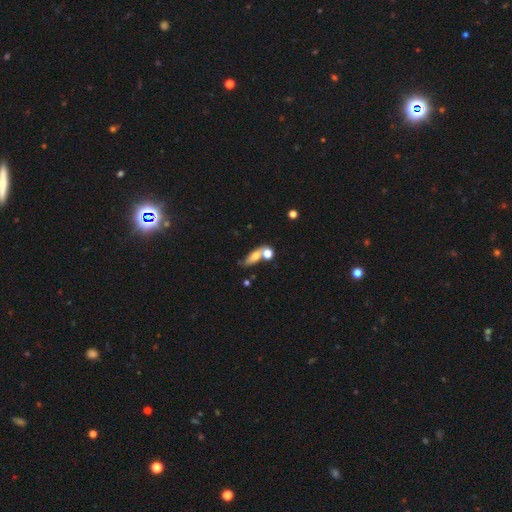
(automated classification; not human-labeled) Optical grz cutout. It shows a smooth galaxy with no disk features (66%) that is in between round and cigar-shaped (55%). Merging: none (48%).